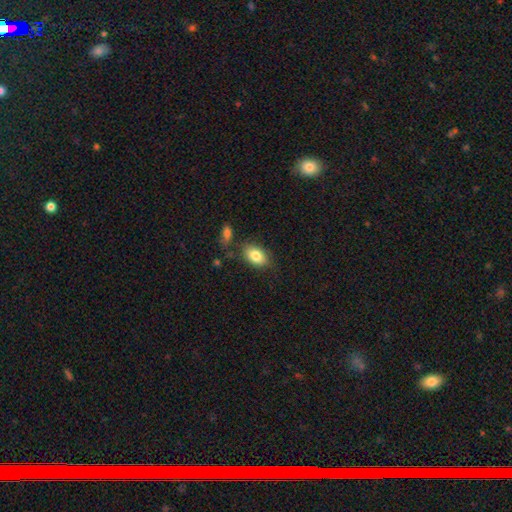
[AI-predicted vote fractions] A smooth galaxy with no disk features (83%) that is in between round and cigar-shaped (88%). Merging: none (75%).